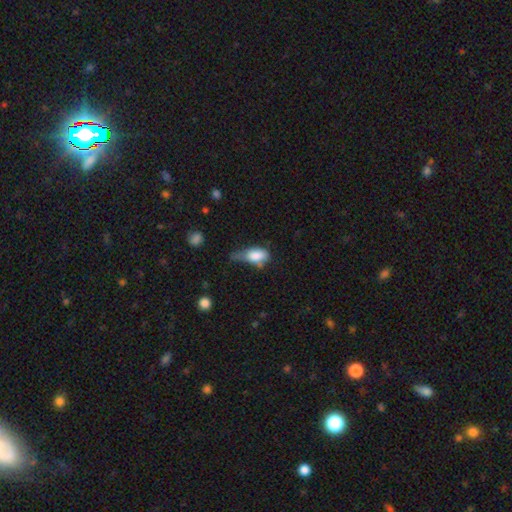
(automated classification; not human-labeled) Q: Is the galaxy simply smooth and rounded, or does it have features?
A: smooth — 80%.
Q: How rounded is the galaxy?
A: in between — 87%.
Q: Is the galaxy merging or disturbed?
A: minor disturbance — 41%.